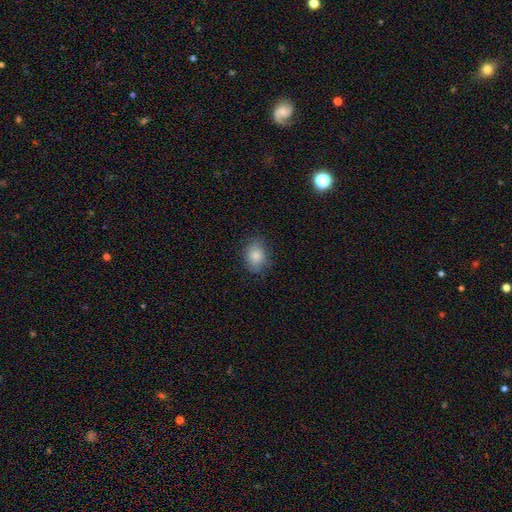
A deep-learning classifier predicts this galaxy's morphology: smooth_or_featured: smooth (p=0.83) [alt: star or artifact p=0.09]
how_rounded: in between (p=0.64) [alt: round p=0.35]
merging: none (p=0.79) [alt: minor disturbance p=0.16]